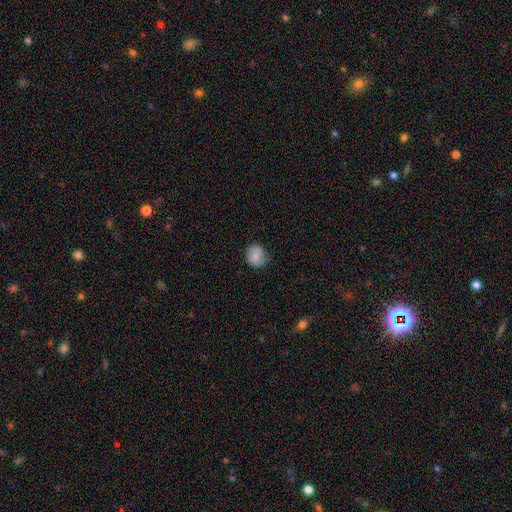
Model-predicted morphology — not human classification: smooth 73%, featured or disk 18%, star or artifact 8%. Down the decision tree: how rounded — round (77%); merging — none (69%).